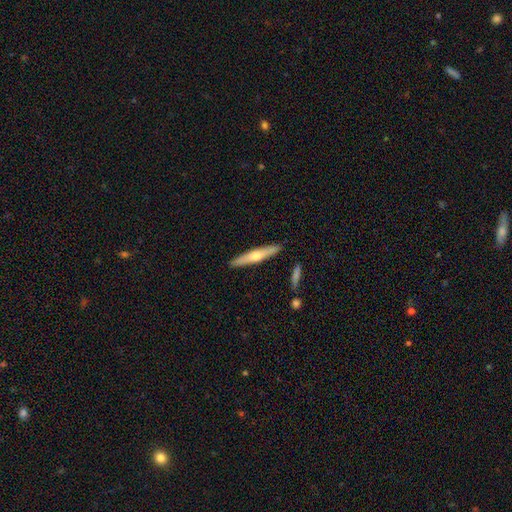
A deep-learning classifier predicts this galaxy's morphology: This is possibly a featured or disk galaxy (56%). It is clearly viewed edge-on (95%). Edge-on bulge: clearly rounded (89%). Merging: clearly none (90%).